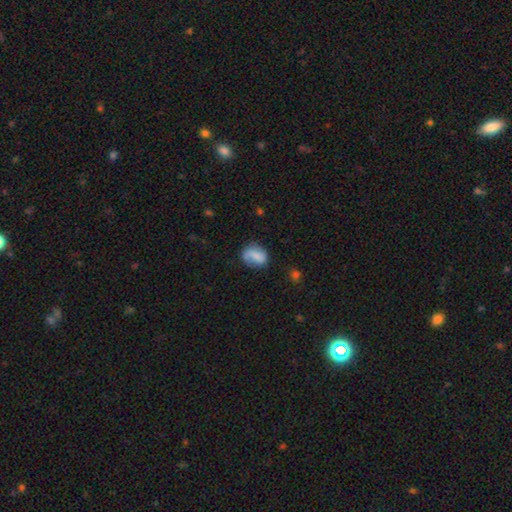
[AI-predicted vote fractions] Smooth or featured? Predicted: smooth (p=0.64). How rounded? Predicted: in between (p=0.64). Merging? Predicted: none (p=0.59).